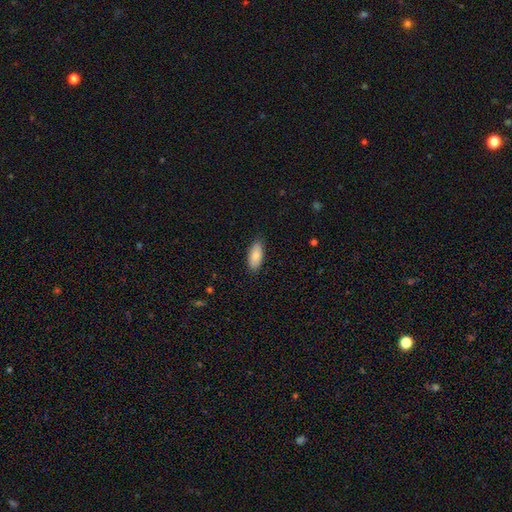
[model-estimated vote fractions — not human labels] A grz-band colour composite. It shows a smooth galaxy with no disk features (84%) that is in between round and cigar-shaped (89%). Merging: none (85%).